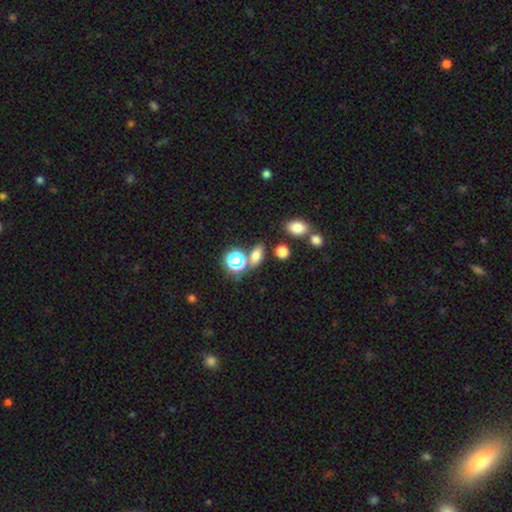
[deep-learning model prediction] smooth 68%, star or artifact 21%, featured or disk 11%. Down the decision tree: how rounded — in between (66%); merging — none (69%).